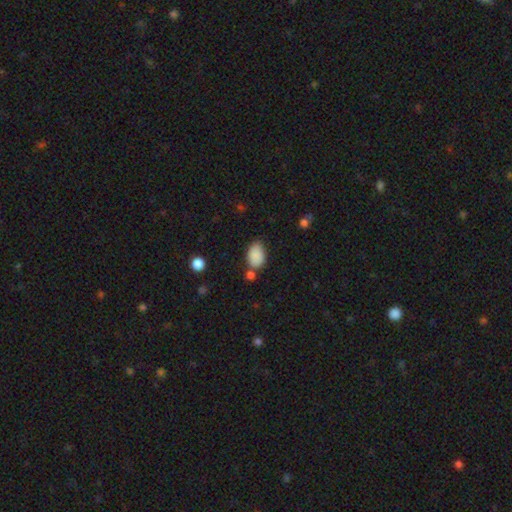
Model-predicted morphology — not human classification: Smooth or featured: smooth — 88% (star or artifact — 7%)
How rounded: in between — 90% (round — 9%)
Merging: none — 64% (minor disturbance — 21%)